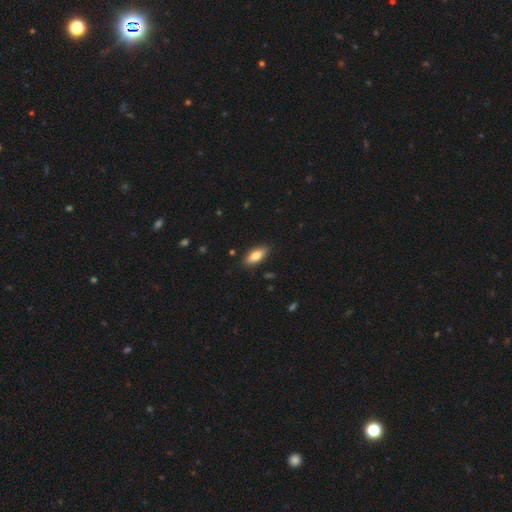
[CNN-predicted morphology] Smooth or featured? smooth (77%)
How rounded? in between (78%)
Merging? none (86%)